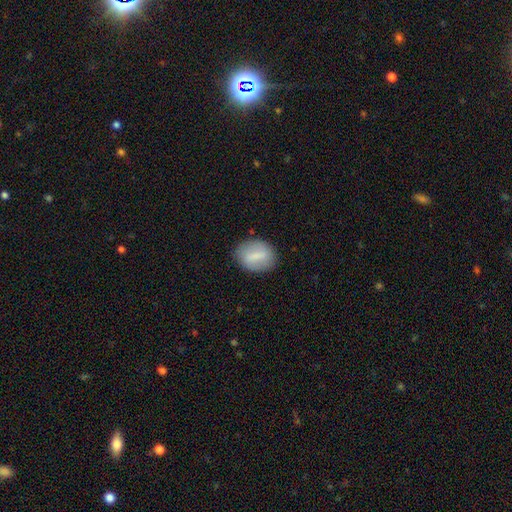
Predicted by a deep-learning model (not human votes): Morphology: type=smooth (68%); roundness=in between (73%); merging=none (82%).